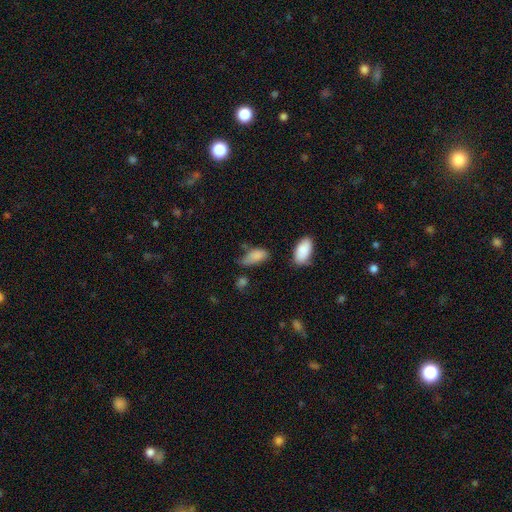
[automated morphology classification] Smooth or featured?
  - smooth: 83% *
  - star or artifact: 9%
  - featured or disk: 8%
How rounded?
  - in between: 89% *
  - cigar-shaped: 8%
  - round: 3%
Merging?
  - none: 39% * (tied)
  - minor disturbance: 39% * (tied)
  - major disturbance: 15%
  - merger: 8%